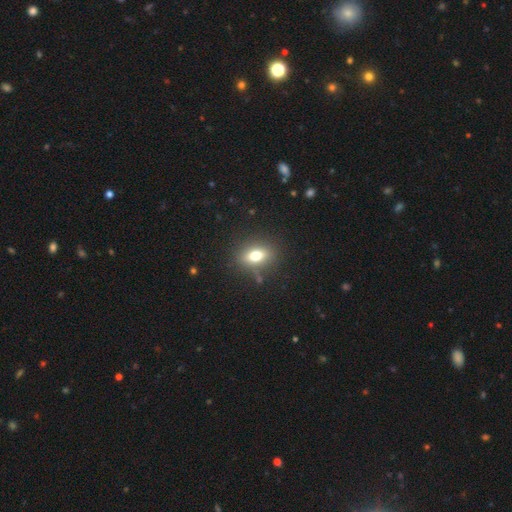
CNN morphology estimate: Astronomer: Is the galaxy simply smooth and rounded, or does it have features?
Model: smooth — 70%.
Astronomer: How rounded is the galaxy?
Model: in between — 65%.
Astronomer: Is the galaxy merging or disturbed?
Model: none — 83%.